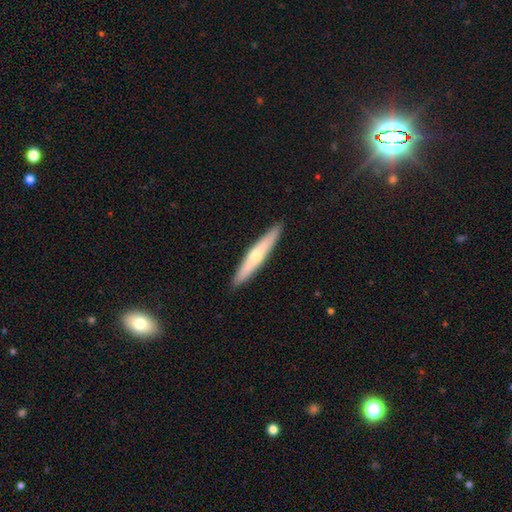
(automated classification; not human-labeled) Morphology: type=featured or disk (56%); edge-on=yes (93%); edge-on bulge=rounded (81%); merging=none (91%).